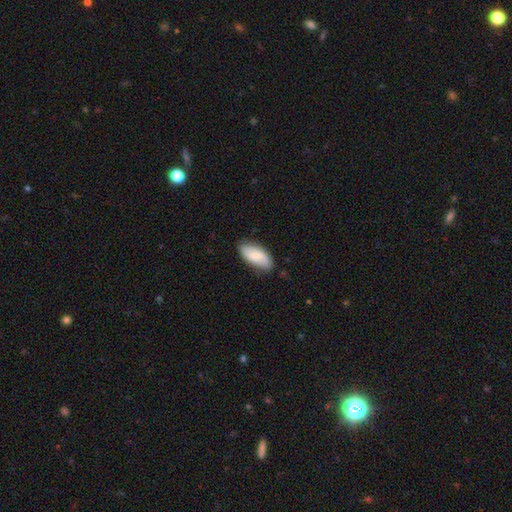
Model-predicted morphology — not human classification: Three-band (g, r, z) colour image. It shows a smooth galaxy with no disk features (63%) that is in between round and cigar-shaped (91%). Merging: none (79%).